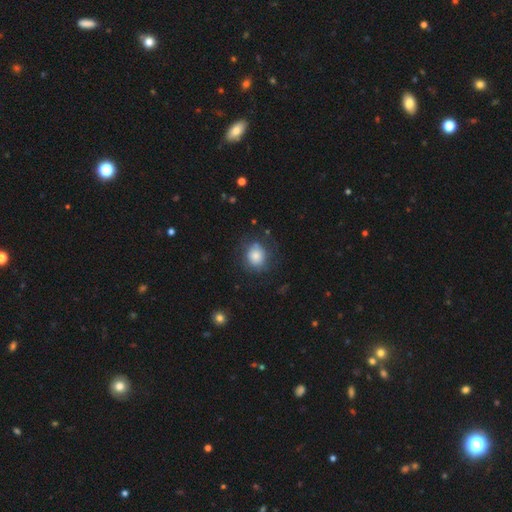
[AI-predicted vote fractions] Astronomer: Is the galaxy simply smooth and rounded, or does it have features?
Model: smooth — 76%.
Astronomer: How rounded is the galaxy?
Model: round — 77%.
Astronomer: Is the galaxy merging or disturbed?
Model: none — 70%.